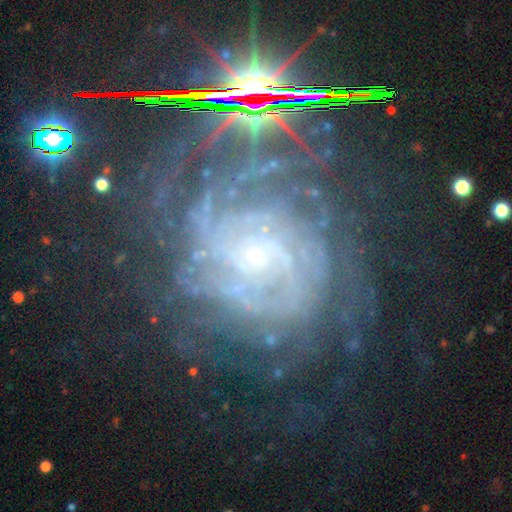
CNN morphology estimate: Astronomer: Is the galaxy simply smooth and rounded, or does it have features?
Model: featured or disk — 83%.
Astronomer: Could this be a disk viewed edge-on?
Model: no — 97%.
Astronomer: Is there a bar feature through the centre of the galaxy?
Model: no — 74%.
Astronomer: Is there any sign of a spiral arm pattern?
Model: yes — 96%.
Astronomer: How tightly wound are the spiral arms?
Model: tight — 68%.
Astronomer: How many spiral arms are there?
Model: can't tell — 28% (runner-up: more than 4, 21%).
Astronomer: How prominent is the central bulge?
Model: small — 83%.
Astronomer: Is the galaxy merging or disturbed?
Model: none — 67%.